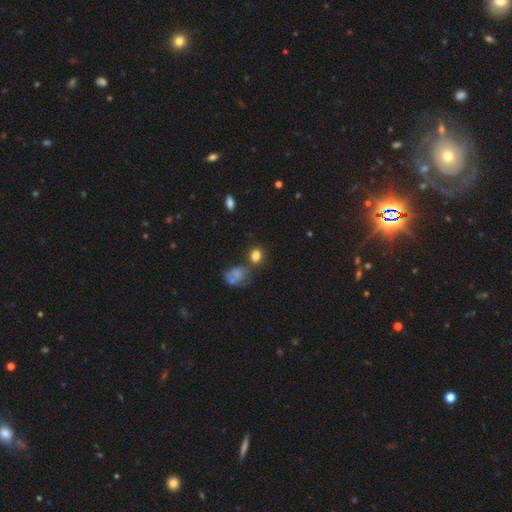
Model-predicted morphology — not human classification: Overall: smooth (80%). How rounded: round (59%; in between 40%). Merging: none (65%).